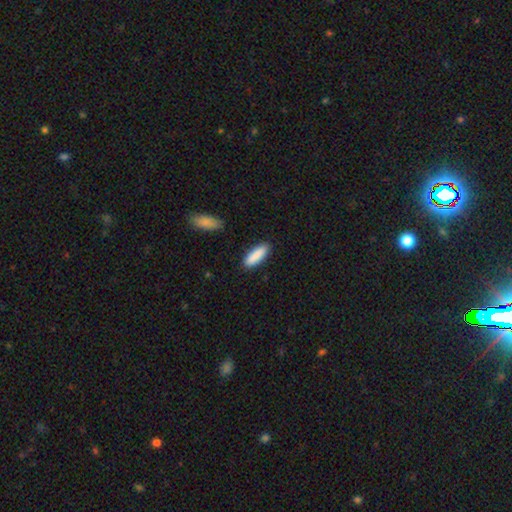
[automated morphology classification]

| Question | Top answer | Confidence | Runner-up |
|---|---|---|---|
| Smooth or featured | smooth | 89% | star or artifact (5%) |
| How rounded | in between | 52% | cigar-shaped (46%) |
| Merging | none | 87% | minor disturbance (9%) |